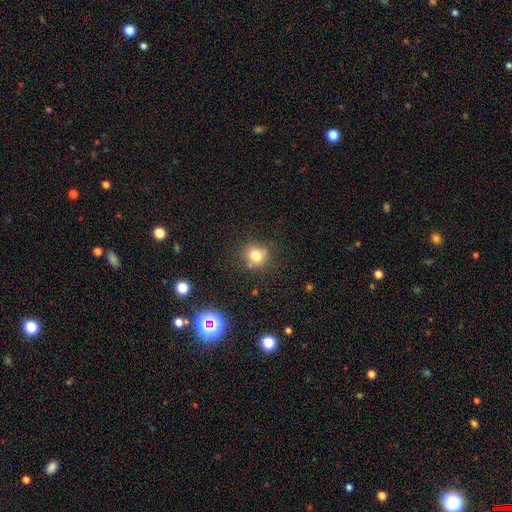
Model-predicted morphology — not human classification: A smooth galaxy with no disk features (76%) that is round (85%). Merging: none (77%).